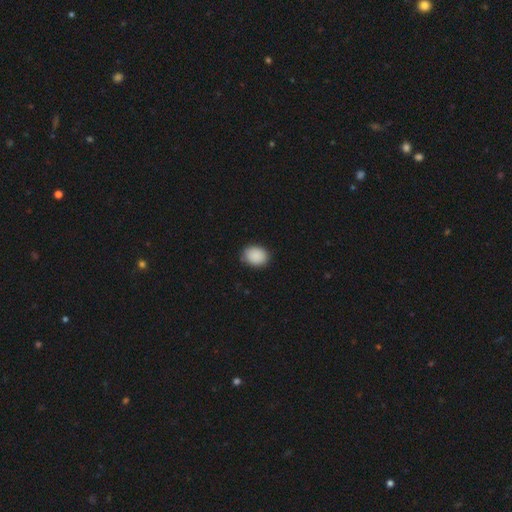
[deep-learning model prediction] smooth-or-featured: smooth: 90% | star or artifact: 7% | featured or disk: 3%
  how-rounded: in between: 55% | round: 44% | cigar-shaped: 1%
  merging: none: 84% | minor disturbance: 13% | major disturbance: 2% | merger: 1%